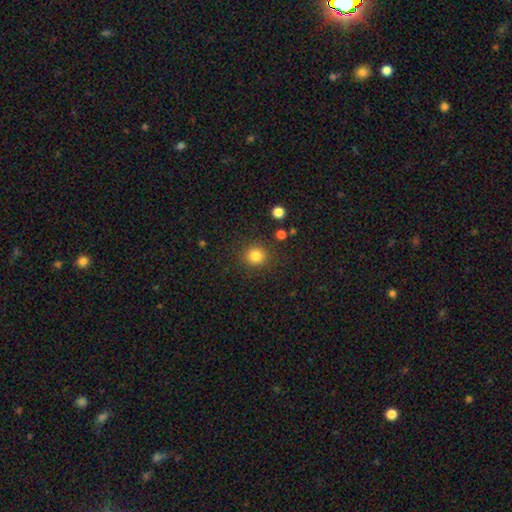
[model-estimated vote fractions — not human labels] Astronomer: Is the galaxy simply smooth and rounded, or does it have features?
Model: smooth — 83%.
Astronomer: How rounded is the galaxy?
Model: round — 89%.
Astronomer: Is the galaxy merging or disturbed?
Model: none — 88%.